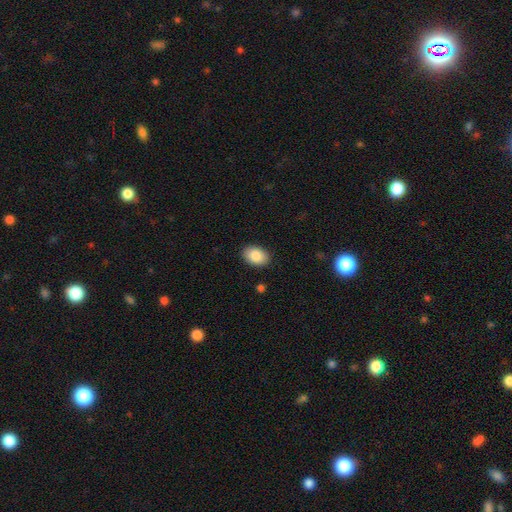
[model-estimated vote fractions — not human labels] This is clearly a smooth galaxy (88%). How rounded: clearly in between (86%). Merging: clearly none (89%).